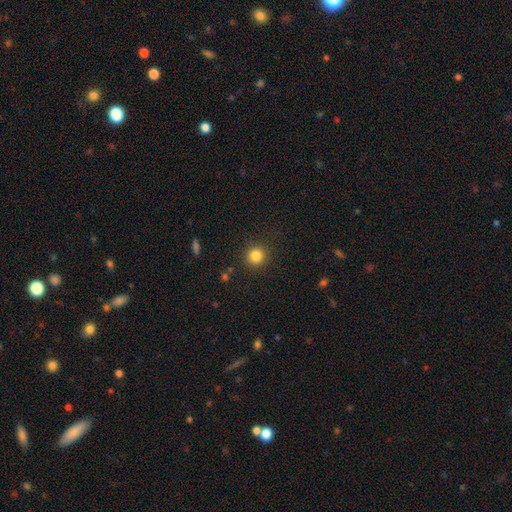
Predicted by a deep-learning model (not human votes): smooth_or_featured: smooth (p=0.84) [alt: star or artifact p=0.12]
how_rounded: round (p=0.92) [alt: in between p=0.07]
merging: none (p=0.89) [alt: minor disturbance p=0.07]